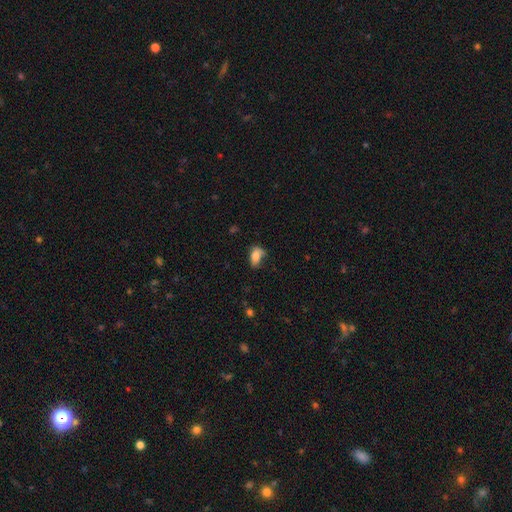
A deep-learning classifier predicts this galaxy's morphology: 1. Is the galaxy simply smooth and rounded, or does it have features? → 78% smooth, 13% featured or disk, 9% star or artifact.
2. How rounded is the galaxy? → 87% in between, 9% round, 3% cigar-shaped.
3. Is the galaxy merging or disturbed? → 43% none, 35% minor disturbance, 16% major disturbance, 6% merger.